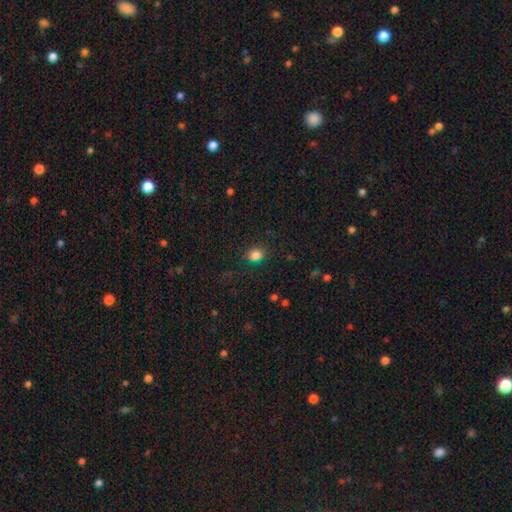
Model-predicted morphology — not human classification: This appears to be a smooth galaxy with no disk features (82%) that is round (53%). Merging: none (83%).